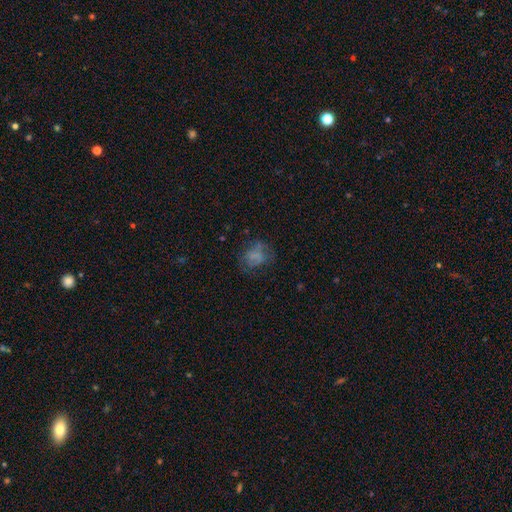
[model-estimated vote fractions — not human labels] The model was most divided on "how rounded": round: 50%, in between: 49%, cigar-shaped: 1%. More confident: smooth or featured — smooth (57%); merging — none (53%).